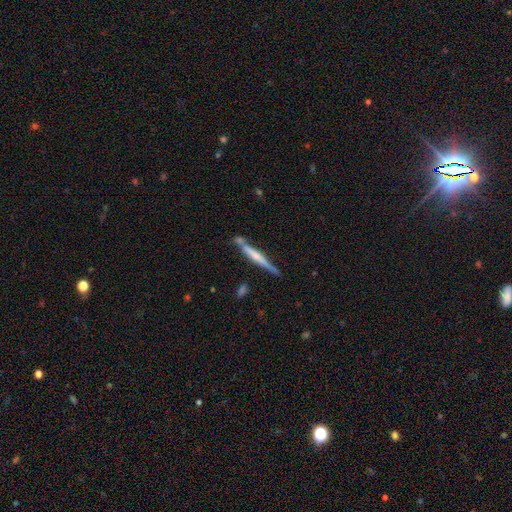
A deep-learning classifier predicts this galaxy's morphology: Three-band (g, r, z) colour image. It shows a featured or disk galaxy (60%) viewed edge-on (97%) with a rounded central bulge (46%). Merging: none (71%).